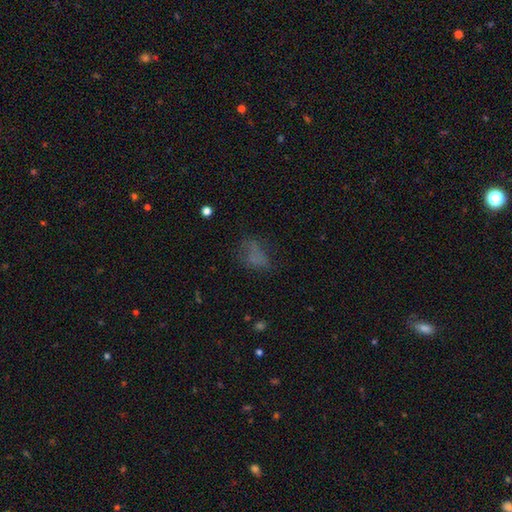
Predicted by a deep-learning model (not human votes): Smooth or featured? Predicted: smooth (p=0.57). How rounded? Predicted: in between (p=0.77). Merging? Predicted: none (p=0.46).